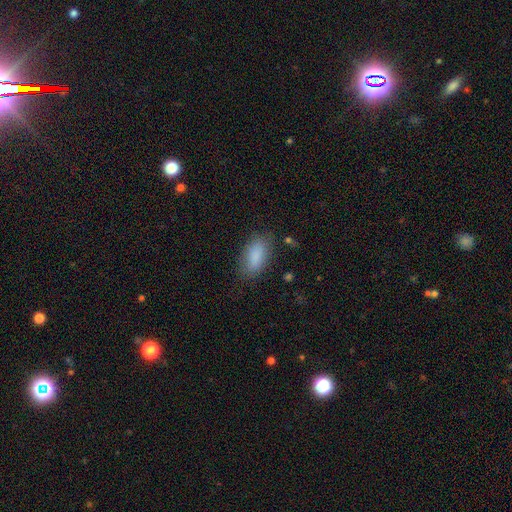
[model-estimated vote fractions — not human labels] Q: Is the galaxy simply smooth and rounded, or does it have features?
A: smooth — 87%.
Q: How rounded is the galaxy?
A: in between — 87%.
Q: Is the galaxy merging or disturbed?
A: none — 80%.